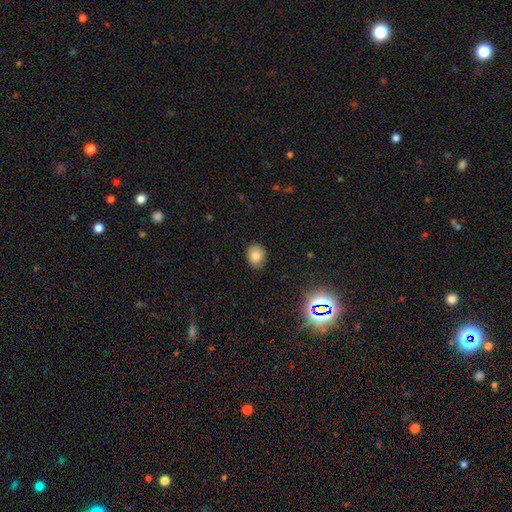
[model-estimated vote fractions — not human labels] Smooth or featured: smooth — 81% (star or artifact — 12%)
How rounded: round — 59% (in between — 40%)
Merging: none — 83% (minor disturbance — 13%)